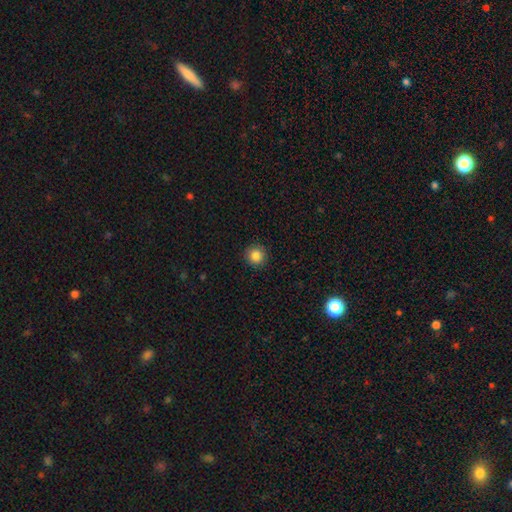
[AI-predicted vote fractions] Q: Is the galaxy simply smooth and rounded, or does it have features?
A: smooth — 86%.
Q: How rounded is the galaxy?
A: round — 93%.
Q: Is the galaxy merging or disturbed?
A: none — 90%.